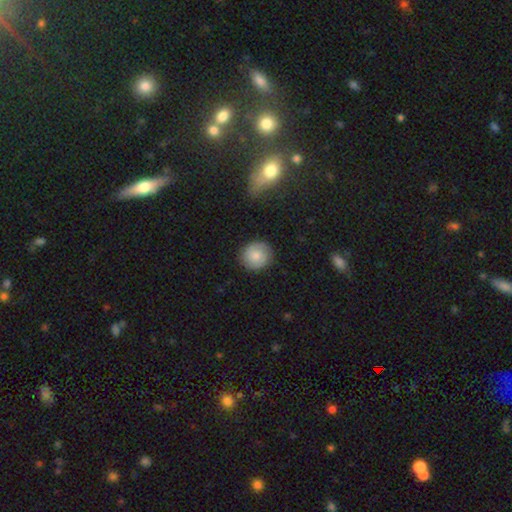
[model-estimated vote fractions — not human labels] Smooth or featured? Predicted: smooth (p=0.59). How rounded? Predicted: round (p=0.87). Merging? Predicted: none (p=0.86).